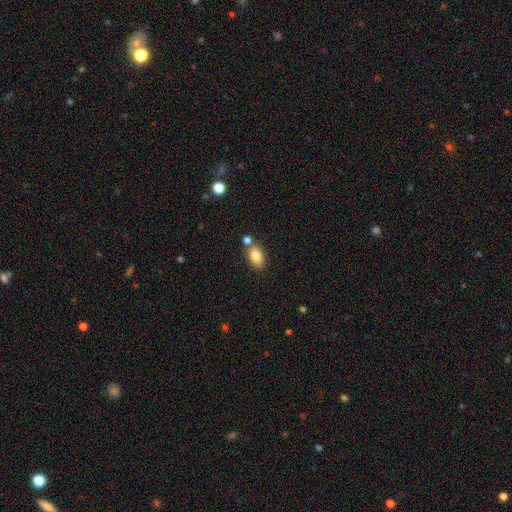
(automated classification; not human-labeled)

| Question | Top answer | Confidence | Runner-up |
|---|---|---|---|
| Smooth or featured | smooth | 81% | featured or disk (11%) |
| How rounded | in between | 87% | round (11%) |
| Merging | none | 68% | merger (17%) |